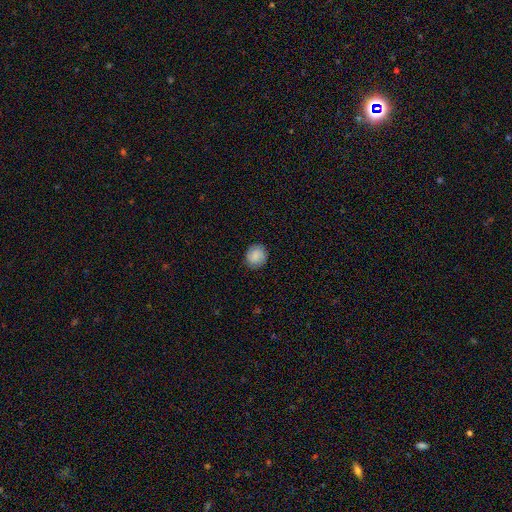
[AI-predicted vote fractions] Smooth or featured? Predicted: smooth (p=0.81). How rounded? Predicted: round (p=0.87). Merging? Predicted: none (p=0.88).